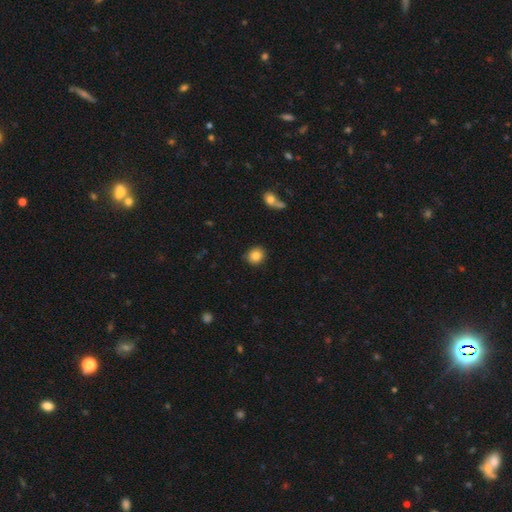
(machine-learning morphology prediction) Smooth or featured? Predicted: smooth (p=0.84). How rounded? Predicted: round (p=0.80). Merging? Predicted: none (p=0.87).